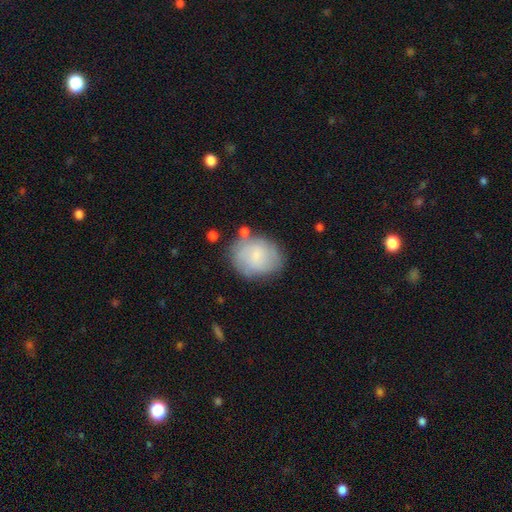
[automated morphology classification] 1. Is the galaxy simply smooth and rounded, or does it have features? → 60% smooth, 32% featured or disk, 8% star or artifact.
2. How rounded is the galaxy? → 52% round, 46% in between, 1% cigar-shaped.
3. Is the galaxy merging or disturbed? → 69% none, 20% minor disturbance, 7% major disturbance, 5% merger.